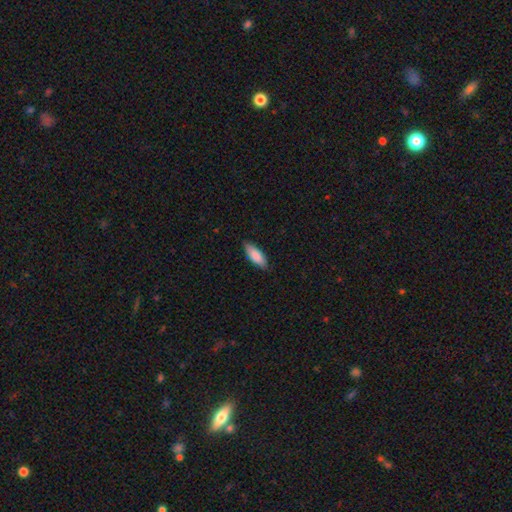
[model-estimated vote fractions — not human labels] This appears to be a smooth galaxy with no disk features (86%) that is in between round and cigar-shaped (69%). Merging: none (85%).